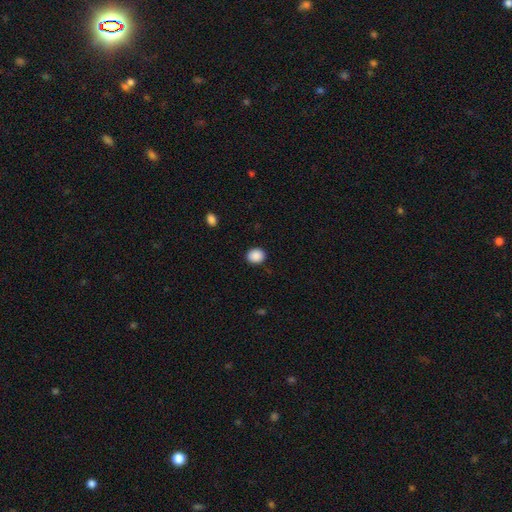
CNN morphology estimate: smooth-or-featured: smooth: 89% | star or artifact: 8% | featured or disk: 2%
  how-rounded: round: 71% | in between: 28% | cigar-shaped: 1%
  merging: none: 90% | minor disturbance: 7% | major disturbance: 2% | merger: 1%